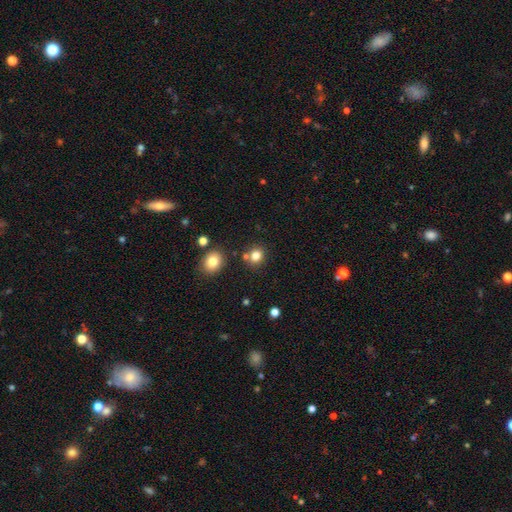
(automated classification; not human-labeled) smooth-or-featured: smooth: 80% | star or artifact: 13% | featured or disk: 6%
  how-rounded: round: 79% | in between: 20% | cigar-shaped: 1%
  merging: none: 75% | merger: 12% | minor disturbance: 10% | major disturbance: 3%